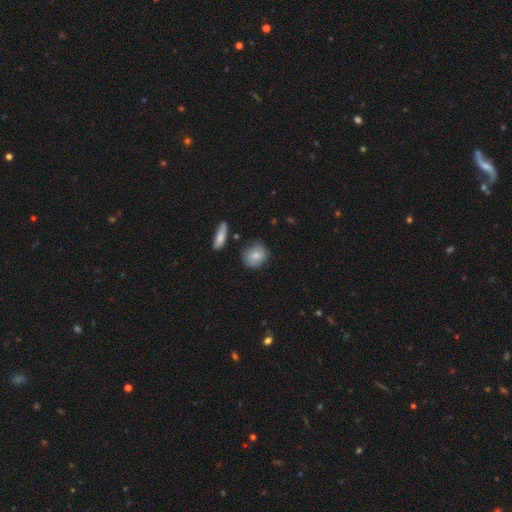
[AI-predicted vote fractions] The model was most divided on "smooth or featured": smooth: 72%, featured or disk: 21%, star or artifact: 7%. More confident: how rounded — round (79%); merging — none (73%).